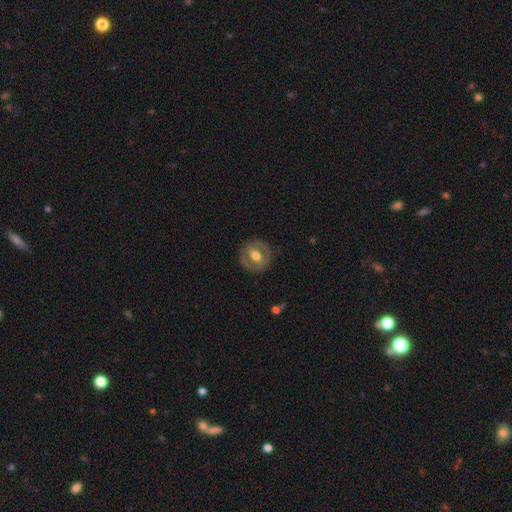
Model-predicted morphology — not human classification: A featured or disk galaxy (50%).

Vote fractions:
- Smooth or featured? featured or disk: 50% / smooth: 44% / star or artifact: 6%
- Merging? none: 85% / minor disturbance: 10% / major disturbance: 4% / merger: 1%